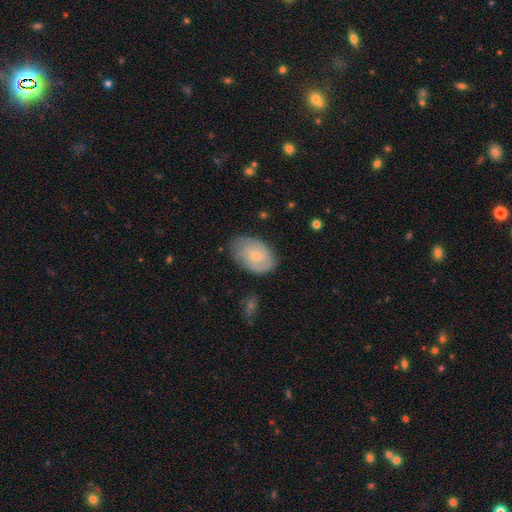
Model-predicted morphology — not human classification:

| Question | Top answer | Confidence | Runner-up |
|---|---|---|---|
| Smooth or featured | featured or disk | 47% | tied: smooth (47%) |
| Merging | none | 69% | minor disturbance (23%) |